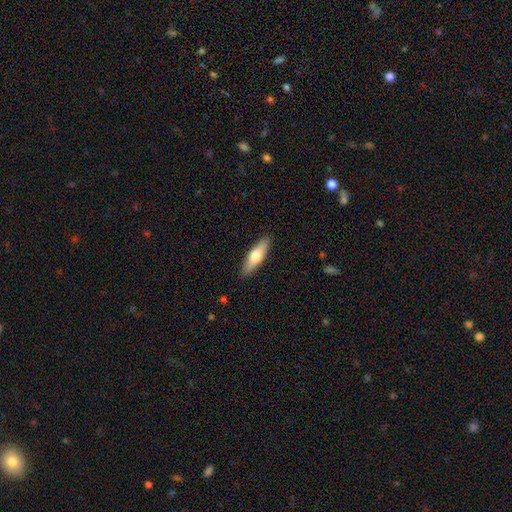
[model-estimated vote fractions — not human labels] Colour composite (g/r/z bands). It shows a smooth galaxy with no disk features (61%) that is cigar-shaped (56%). Merging: none (89%).